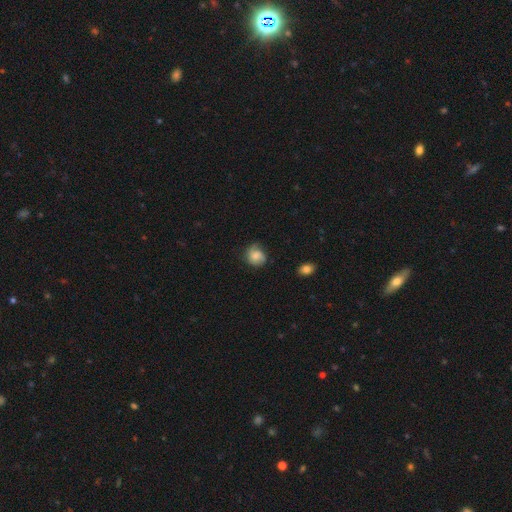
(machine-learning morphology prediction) A smooth galaxy with no disk features (70%) that is round (73%). Merging: none (59%).